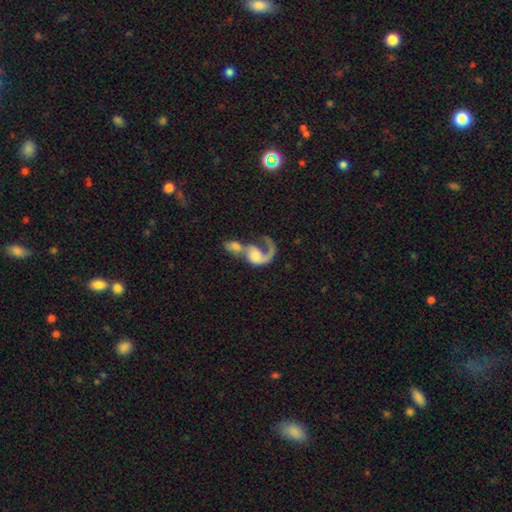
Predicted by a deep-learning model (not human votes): Smooth or featured? Predicted: featured or disk (p=0.69). Edge-on disk? Predicted: no (p=0.97). Bar? Predicted: no (p=0.70). Spiral arms? Predicted: yes (p=0.85). Spiral winding? Predicted: loose (p=0.70). Spiral arm count? Predicted: 1 (p=0.82). Bulge size? Predicted: moderate (p=0.31). Merging? Predicted: merger (p=0.68).